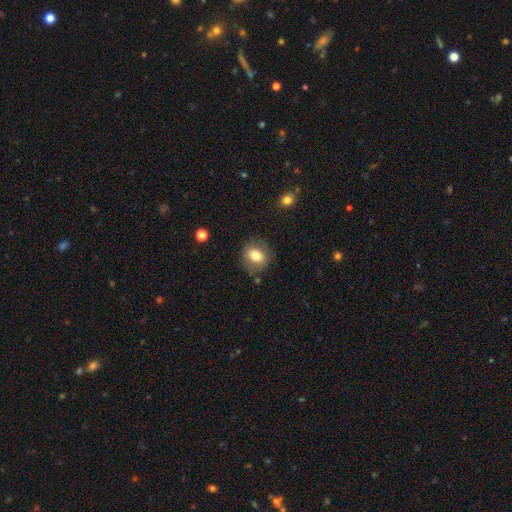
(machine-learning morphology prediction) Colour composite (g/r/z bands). It shows a smooth galaxy with no disk features (76%) that is round (57%). Merging: none (78%).